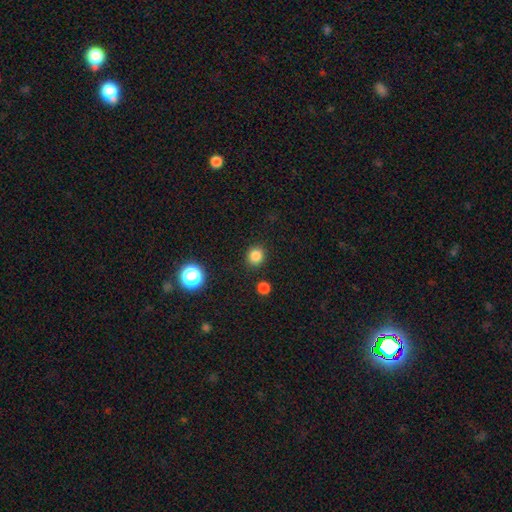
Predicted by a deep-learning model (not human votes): Morphology: type=smooth (84%); roundness=round (88%); merging=none (89%).